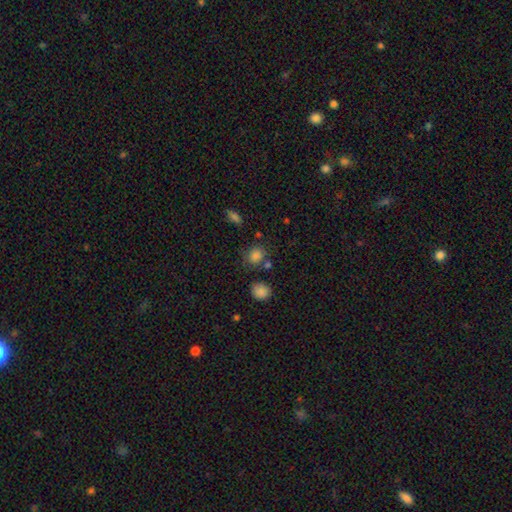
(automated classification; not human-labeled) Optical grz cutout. It shows a smooth galaxy with no disk features (82%) that is round (67%). Merging: none (70%).